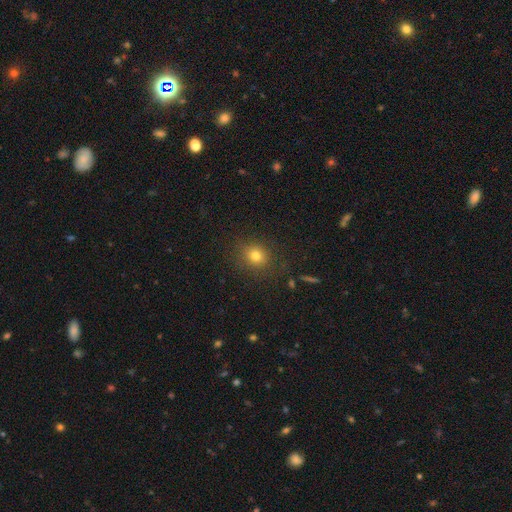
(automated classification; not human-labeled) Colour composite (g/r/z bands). It shows a smooth galaxy with no disk features (77%) that is round (82%). Merging: none (86%).